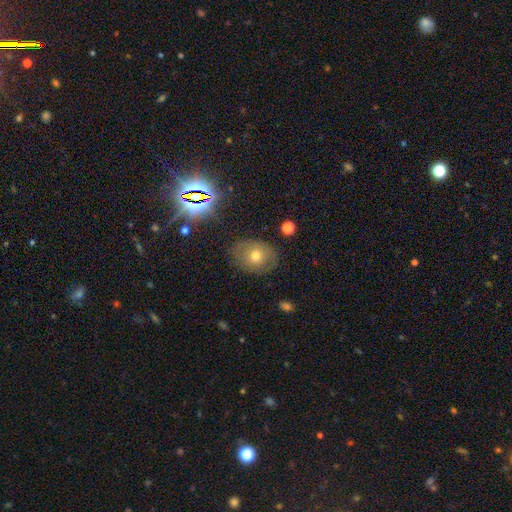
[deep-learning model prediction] Q: Smooth or featured?
A: smooth (48%); runner-up: featured or disk (29%)
Q: Merging?
A: none (79%); runner-up: minor disturbance (15%)